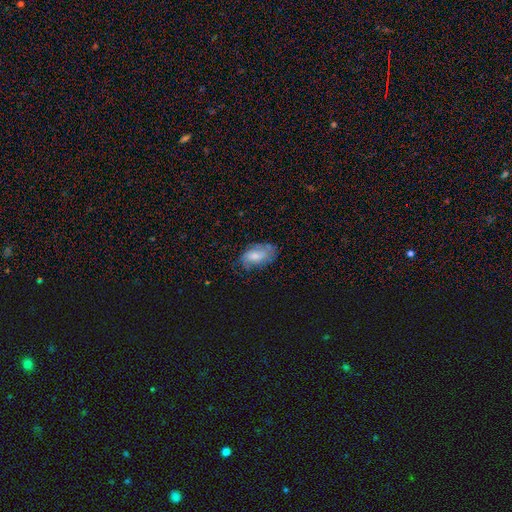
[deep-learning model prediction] Smooth or featured? smooth (57%)
How rounded? in between (92%)
Merging? none (60%)